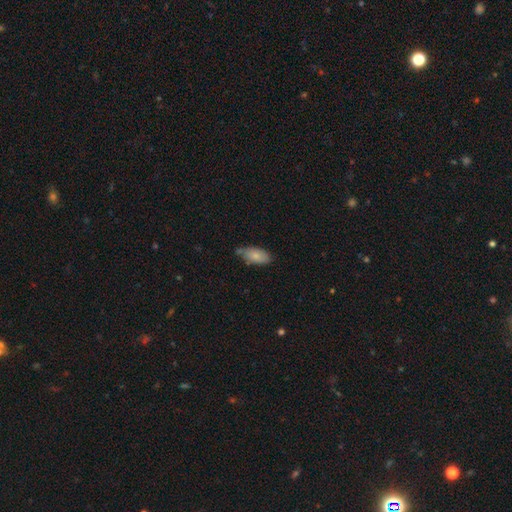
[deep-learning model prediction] This appears to be a smooth galaxy with no disk features (81%) that is in between round and cigar-shaped (92%). Merging: none (64%).